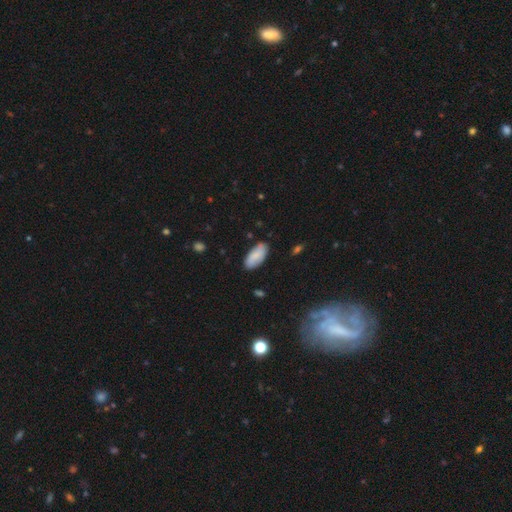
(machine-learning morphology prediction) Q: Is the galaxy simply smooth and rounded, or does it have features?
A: smooth — 81%.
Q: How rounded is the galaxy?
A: in between — 89%.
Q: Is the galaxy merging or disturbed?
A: none — 84%.